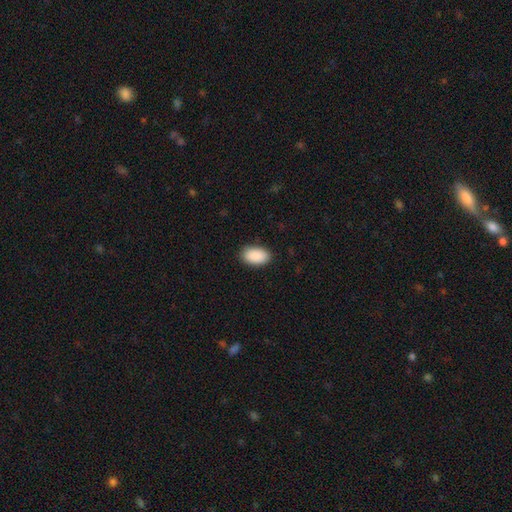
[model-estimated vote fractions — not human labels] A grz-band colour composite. It shows a smooth galaxy with no disk features (91%) that is in between round and cigar-shaped (94%). Merging: none (87%).